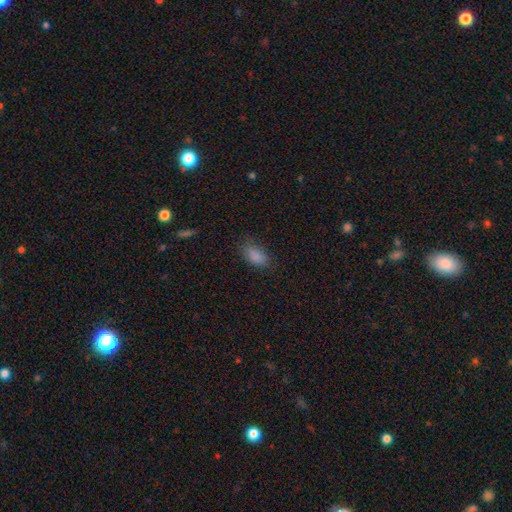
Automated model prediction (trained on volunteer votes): smooth 86%, star or artifact 10%, featured or disk 4%. Down the decision tree: how rounded — in between (90%); merging — none (78%).